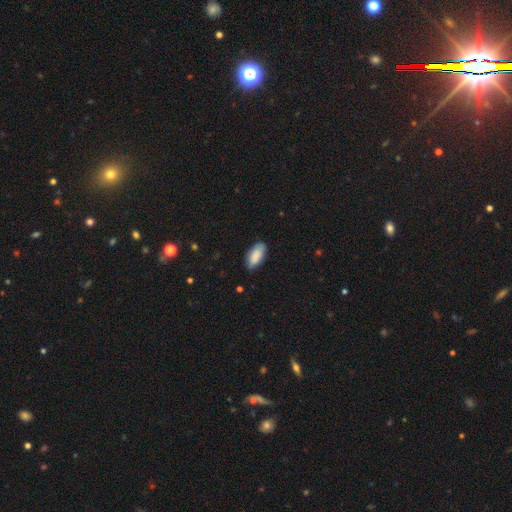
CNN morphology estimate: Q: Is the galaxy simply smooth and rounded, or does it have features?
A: smooth — 88%.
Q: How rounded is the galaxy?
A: in between — 90%.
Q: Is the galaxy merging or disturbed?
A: none — 81%.